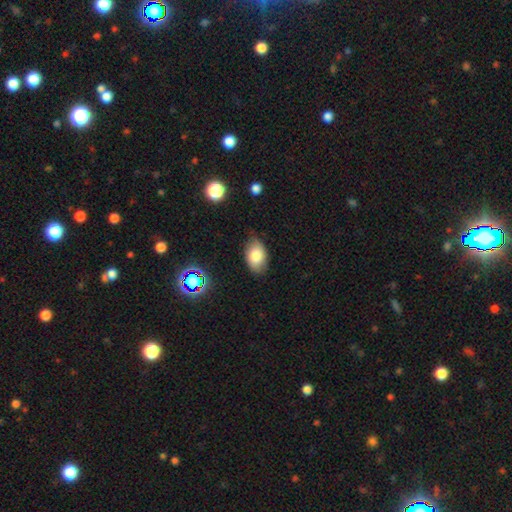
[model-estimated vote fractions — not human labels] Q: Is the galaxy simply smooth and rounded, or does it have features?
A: smooth — 79%.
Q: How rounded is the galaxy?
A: in between — 89%.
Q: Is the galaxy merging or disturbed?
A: none — 76%.